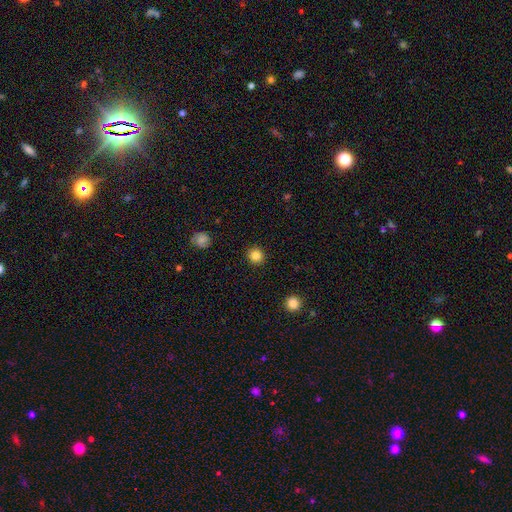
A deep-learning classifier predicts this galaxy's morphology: type=smooth (84%); roundness=round (92%); merging=none (92%).